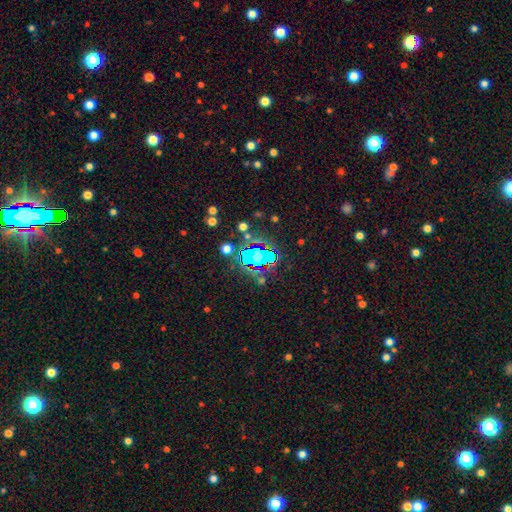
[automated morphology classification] Smooth or featured? Predicted: star or artifact (p=0.67).